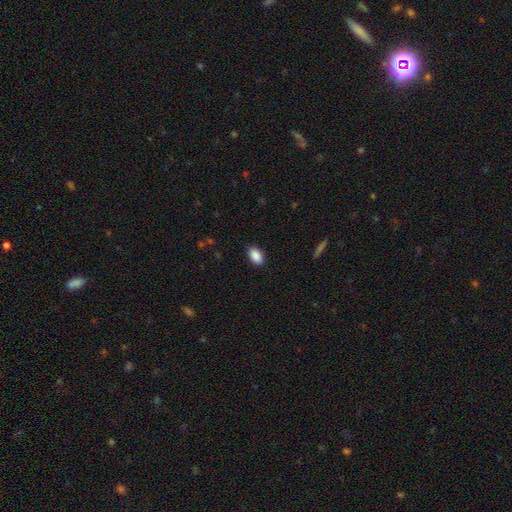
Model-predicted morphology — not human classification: type=smooth (90%); roundness=in between (91%); merging=none (88%).